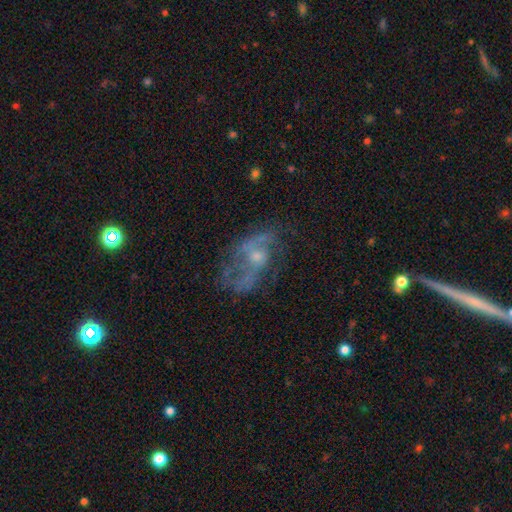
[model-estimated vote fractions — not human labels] Smooth or featured: featured or disk — 74% (smooth — 15%)
Edge-on disk: no — 96% (yes — 4%)
Bar: no — 68% (weak — 28%)
Spiral arms: yes — 74% (no — 26%)
Spiral winding: loose — 50% (medium — 38%)
Spiral arm count: 2 — 62% (can't tell — 19%)
Bulge size: small — 51% (moderate — 35%)
Merging: none — 51% (major disturbance — 26%)